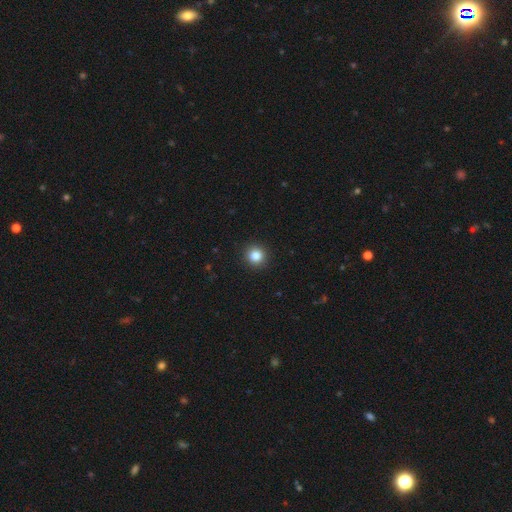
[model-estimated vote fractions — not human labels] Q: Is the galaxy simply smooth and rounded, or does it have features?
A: smooth — 83%.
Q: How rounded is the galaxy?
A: round — 93%.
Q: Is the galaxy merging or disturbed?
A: none — 93%.